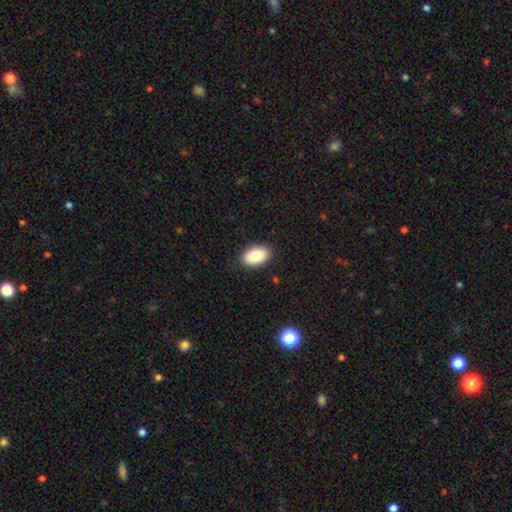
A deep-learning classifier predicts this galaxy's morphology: This appears to be a smooth galaxy with no disk features (86%) that is in between round and cigar-shaped (91%). Merging: none (87%).